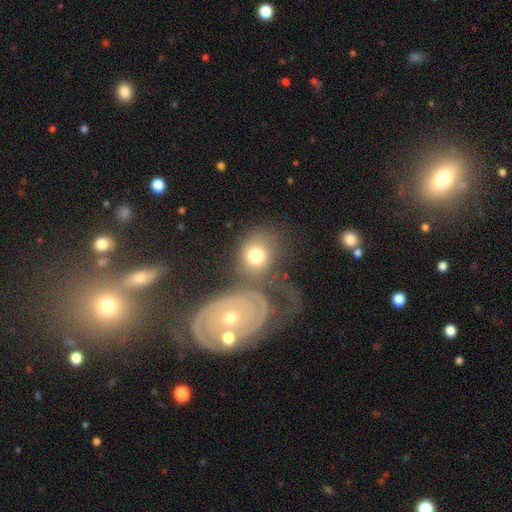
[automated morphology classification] The model was most divided on "merging" (2-way tie): merger: 38%, none: 38%, minor disturbance: 14%, major disturbance: 11%. More confident: smooth or featured — smooth (61%); how rounded — round (57%).